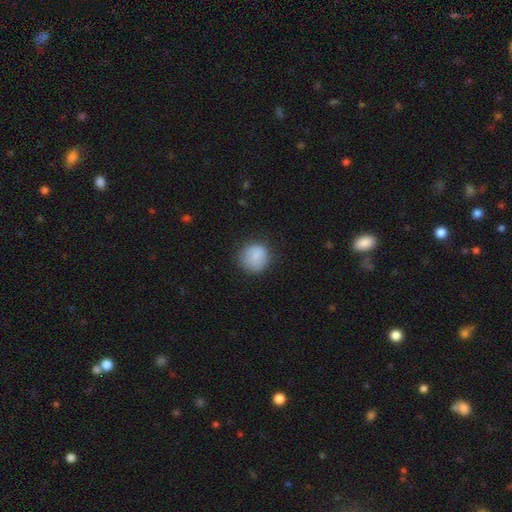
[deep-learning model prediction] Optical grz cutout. It shows a smooth galaxy with no disk features (86%) that is round (86%). Merging: none (77%).